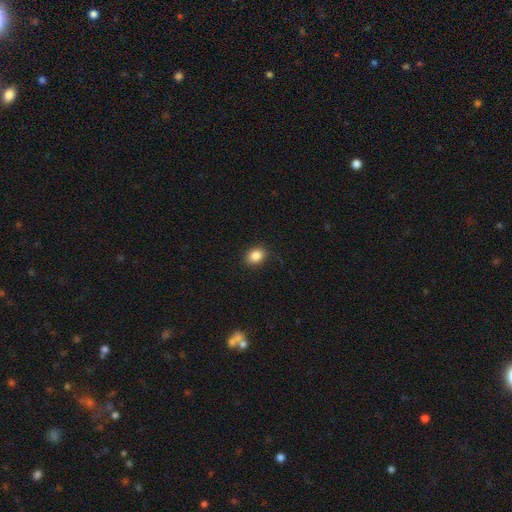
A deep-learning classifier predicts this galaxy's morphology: Smooth or featured? smooth (86%)
How rounded? in between (53%)
Merging? none (87%)